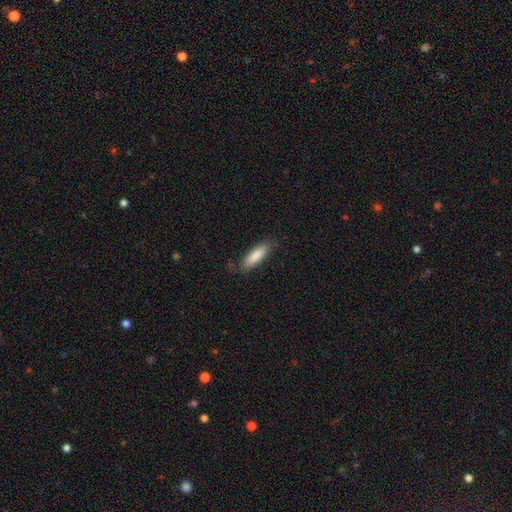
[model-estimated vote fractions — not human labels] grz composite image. It shows a smooth galaxy with no disk features (85%) that is cigar-shaped (53%). Merging: none (79%).